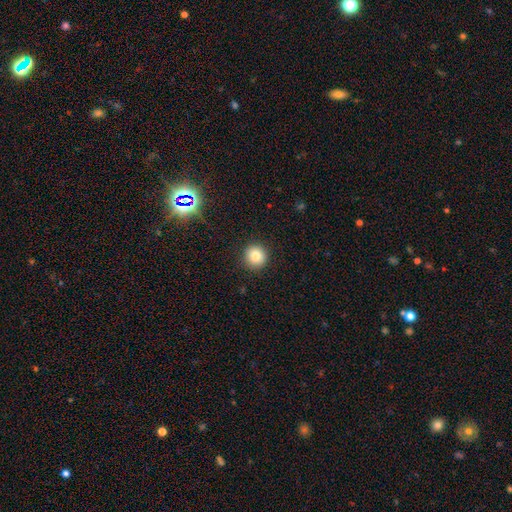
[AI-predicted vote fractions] This appears to be a smooth galaxy with no disk features (81%) that is round (94%). Merging: none (92%).